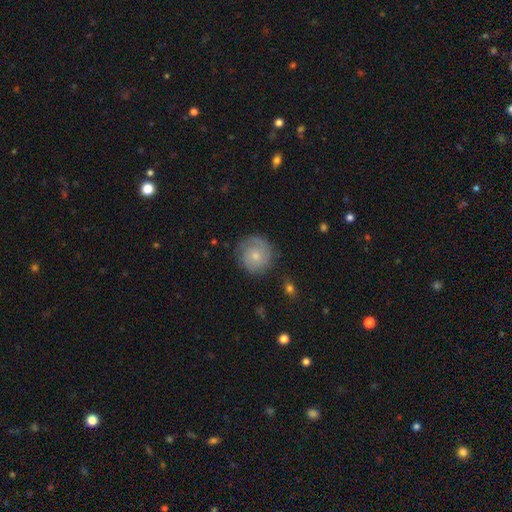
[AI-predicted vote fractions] Smooth or featured?
  - featured or disk: 54% *
  - smooth: 39%
  - star or artifact: 7%
Edge-on disk?
  - no: 97% *
  - yes: 3%
Bar?
  - no: 82% *
  - weak: 16%
  - strong: 2%
Spiral arms?
  - yes: 84% *
  - no: 16%
Bulge size?
  - small: 67% *
  - moderate: 28%
  - none: 3%
  - large: 2%
  - dominant: 1%
Merging?
  - none: 74% *
  - minor disturbance: 18%
  - major disturbance: 7%
  - merger: 1%